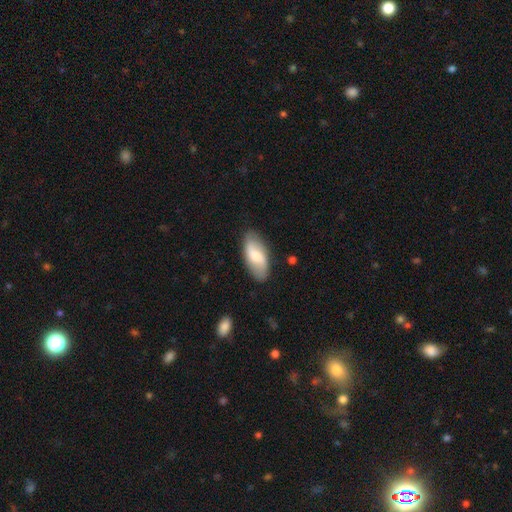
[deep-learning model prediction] Morphology: type=smooth (55%); roundness=in between (89%); merging=none (83%).